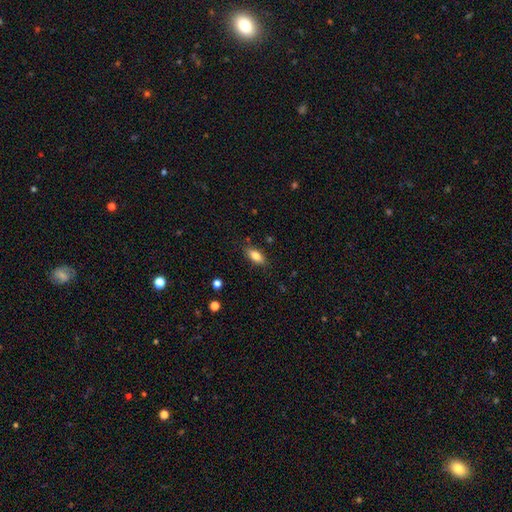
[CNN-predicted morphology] Q: Smooth or featured?
A: smooth (78%); runner-up: featured or disk (14%)
Q: How rounded?
A: in between (84%); runner-up: cigar-shaped (12%)
Q: Merging?
A: none (83%); runner-up: minor disturbance (12%)